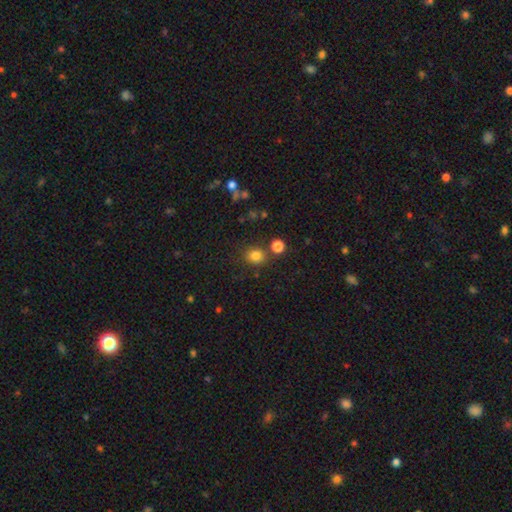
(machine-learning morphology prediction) This appears to be a smooth galaxy with no disk features (81%) that is round (68%). Merging: none (74%).